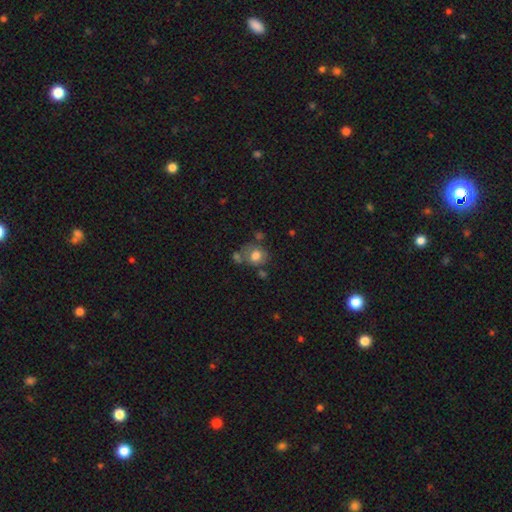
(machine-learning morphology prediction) A smooth galaxy with no disk features (72%) that is round (62%).

Vote fractions:
- Smooth or featured? smooth: 72% / featured or disk: 18% / star or artifact: 10%
- How rounded? round: 62% / in between: 37% / cigar-shaped: 1%
- Merging? none: 47% / merger: 24% / minor disturbance: 19% / major disturbance: 10%